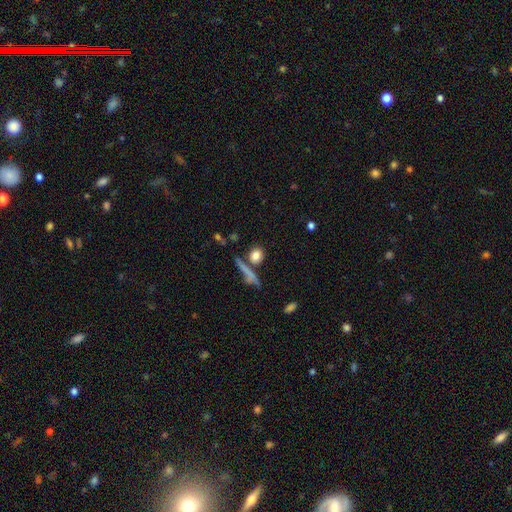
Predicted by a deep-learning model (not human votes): Smooth or featured: smooth — 80% (featured or disk — 10%)
How rounded: round — 65% (in between — 24%)
Merging: none — 69% (merger — 15%)